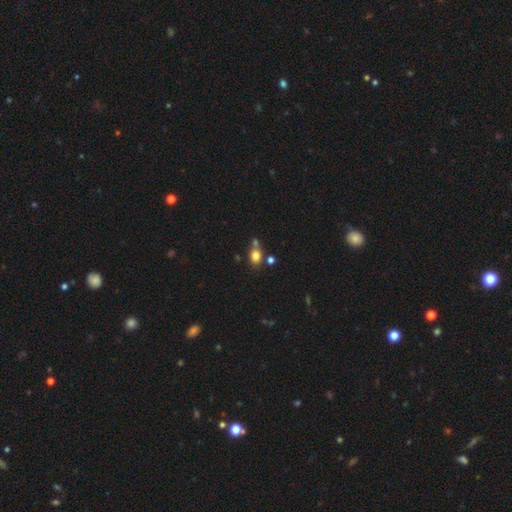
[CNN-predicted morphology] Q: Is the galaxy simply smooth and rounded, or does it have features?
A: smooth — 80%.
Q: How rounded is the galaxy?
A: in between — 53%.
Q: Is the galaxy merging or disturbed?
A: none — 59%.